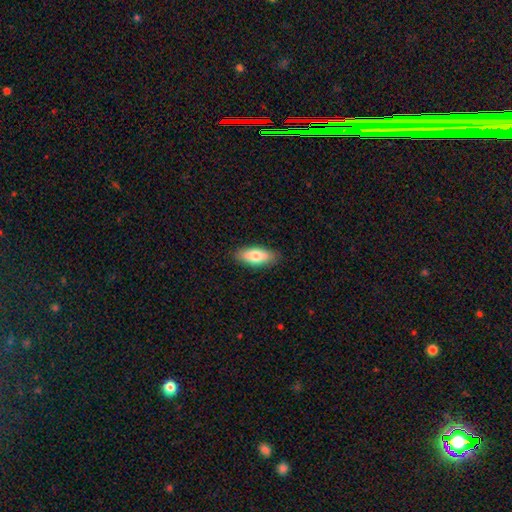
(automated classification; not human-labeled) This is likely a smooth galaxy (77%). How rounded: likely in between (78%). Merging: clearly none (88%).